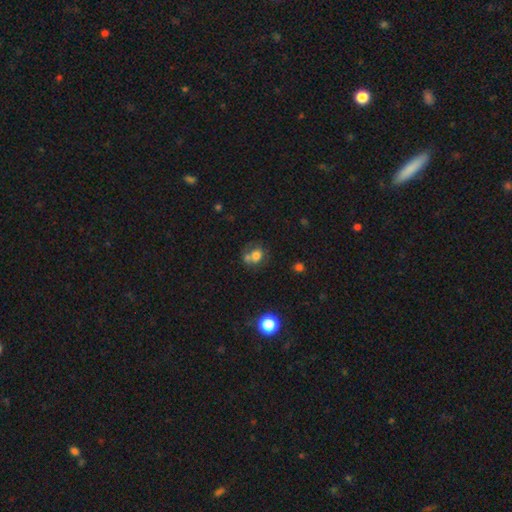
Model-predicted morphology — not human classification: Smooth or featured: smooth — 71% (featured or disk — 16%)
How rounded: round — 60% (in between — 39%)
Merging: merger — 40% (none — 38%)